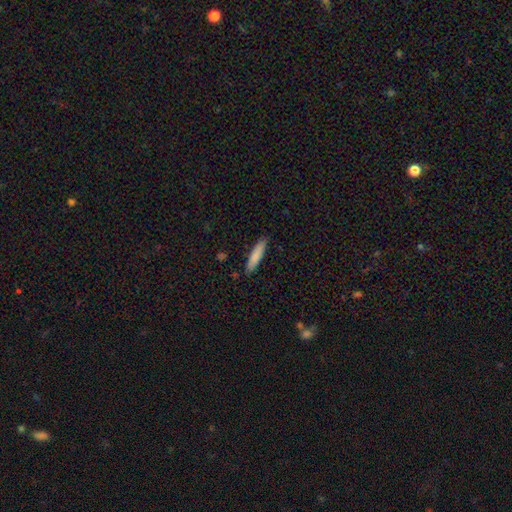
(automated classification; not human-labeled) Overall: smooth (82%). How rounded: cigar-shaped (85%). Merging: none (88%).